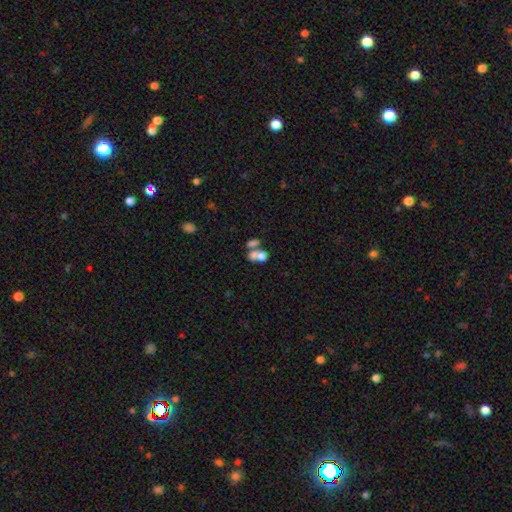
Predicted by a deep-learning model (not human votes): This appears to be a smooth galaxy with no disk features (67%) that is in between round and cigar-shaped (69%). Merging: merger (62%).